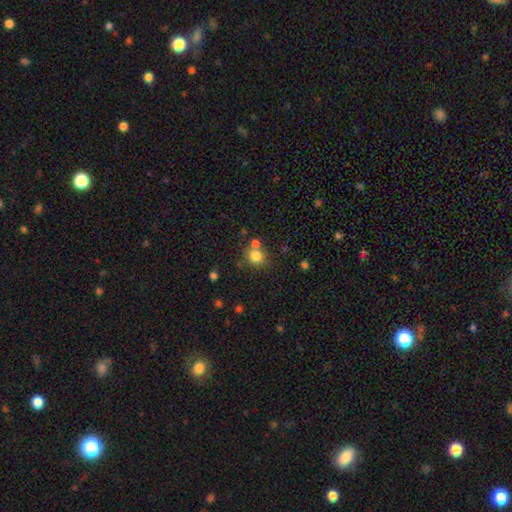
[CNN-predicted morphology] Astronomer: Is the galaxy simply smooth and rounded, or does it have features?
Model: smooth — 81%.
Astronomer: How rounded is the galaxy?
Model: round — 86%.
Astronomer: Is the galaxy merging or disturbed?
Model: none — 64%.